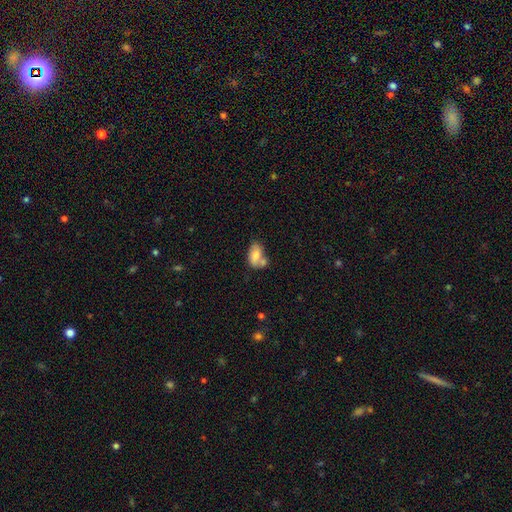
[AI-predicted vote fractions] smooth-or-featured: smooth: 76% | featured or disk: 16% | star or artifact: 8%
  how-rounded: in between: 90% | round: 7% | cigar-shaped: 3%
  merging: merger: 41% | none: 36% | minor disturbance: 17% | major disturbance: 6%